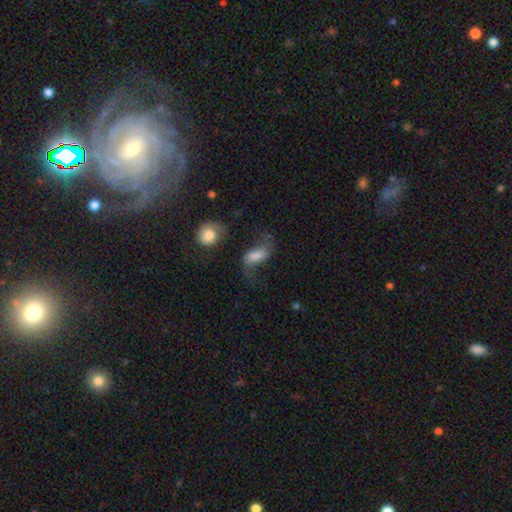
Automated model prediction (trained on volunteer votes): Smooth or featured?
  - smooth: 52% *
  - featured or disk: 37%
  - star or artifact: 10%
How rounded?
  - in between: 81% *
  - cigar-shaped: 10%
  - round: 9%
Merging?
  - none: 43% *
  - major disturbance: 26%
  - minor disturbance: 23%
  - merger: 8%